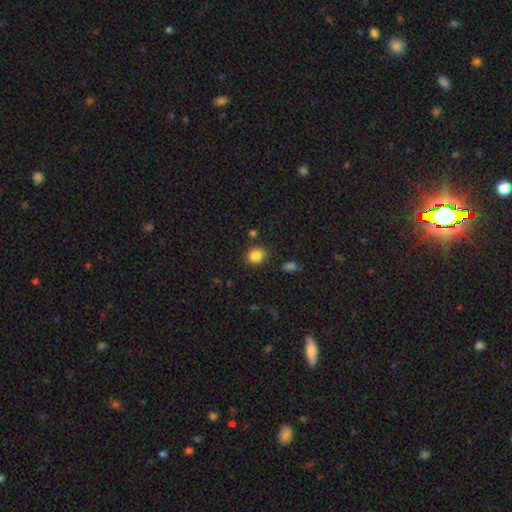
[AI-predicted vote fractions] A smooth galaxy with no disk features (85%) that is round (80%). Merging: none (85%).